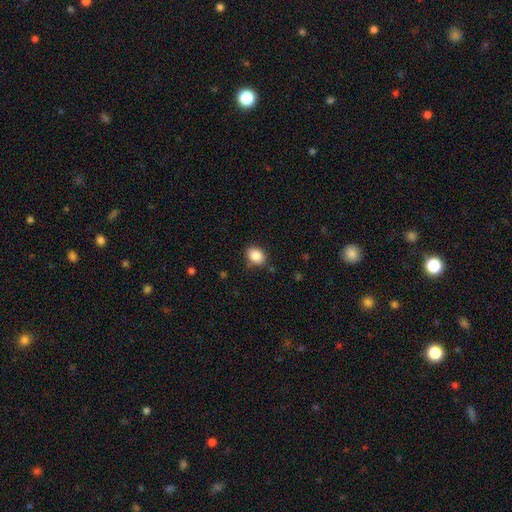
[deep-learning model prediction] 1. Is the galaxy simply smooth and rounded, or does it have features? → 87% smooth, 9% star or artifact, 4% featured or disk.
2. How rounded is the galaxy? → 56% in between, 43% round, 1% cigar-shaped.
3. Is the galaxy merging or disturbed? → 83% none, 13% minor disturbance, 3% major disturbance, 2% merger.